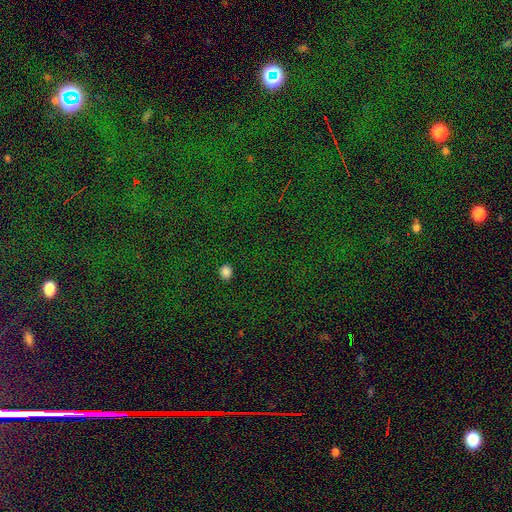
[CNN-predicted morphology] smooth_or_featured: star or artifact (p=0.82) [alt: smooth p=0.11]